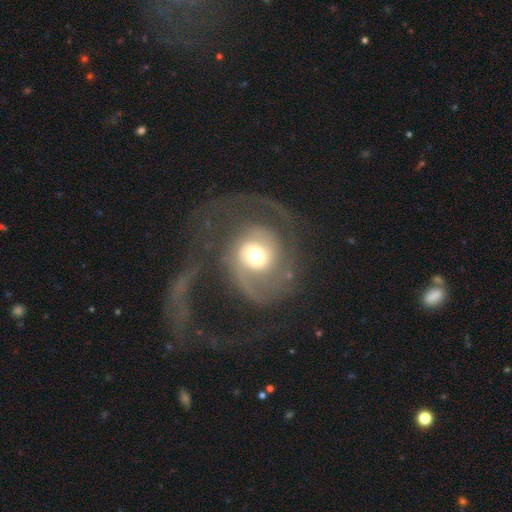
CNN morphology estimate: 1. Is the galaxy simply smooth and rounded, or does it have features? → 73% featured or disk, 19% smooth, 8% star or artifact.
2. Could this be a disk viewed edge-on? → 97% no, 3% yes.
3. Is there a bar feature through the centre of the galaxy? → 74% no, 21% weak, 6% strong.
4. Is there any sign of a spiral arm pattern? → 88% yes, 12% no.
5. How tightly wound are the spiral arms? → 40% medium, 34% loose, 27% tight.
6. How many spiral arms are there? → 45% 2, 21% 1, 16% can't tell, 10% 3, 4% 4, 4% more than 4.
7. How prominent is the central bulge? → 60% moderate, 22% large, 13% small, 4% dominant, 1% none.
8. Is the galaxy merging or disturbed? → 47% none, 36% major disturbance, 14% minor disturbance, 3% merger.